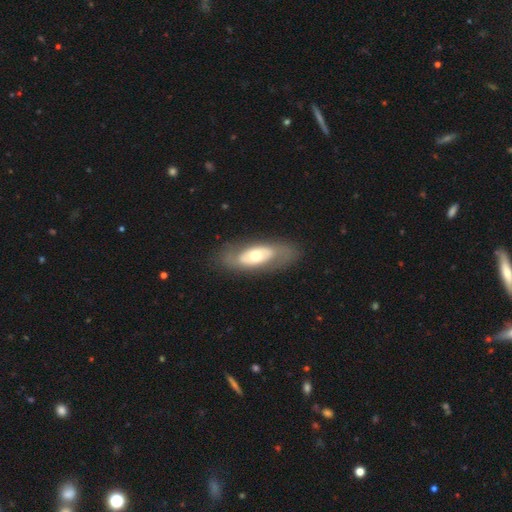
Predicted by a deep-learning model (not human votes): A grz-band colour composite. It shows a featured or disk galaxy (58%). Merging: none (77%).